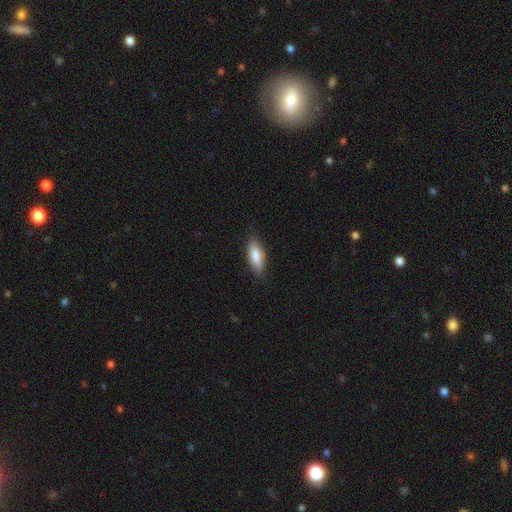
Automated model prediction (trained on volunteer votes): A smooth galaxy with no disk features (85%) that is in between round and cigar-shaped (73%). Merging: none (84%).